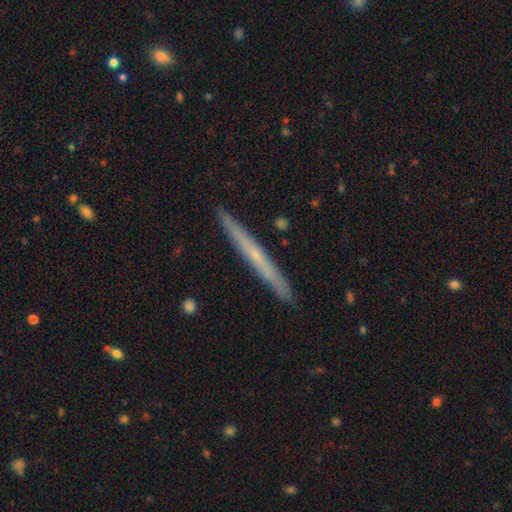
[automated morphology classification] Smooth or featured? featured or disk (56%)
Edge-on disk? yes (97%)
Edge-on bulge? none (70%)
Merging? none (92%)